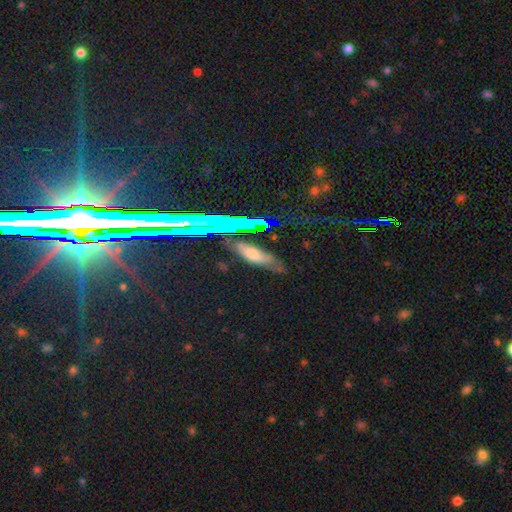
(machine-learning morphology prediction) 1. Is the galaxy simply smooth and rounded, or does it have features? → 38% smooth, 32% featured or disk, 29% star or artifact.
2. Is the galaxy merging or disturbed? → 71% none, 18% minor disturbance, 7% major disturbance, 3% merger.